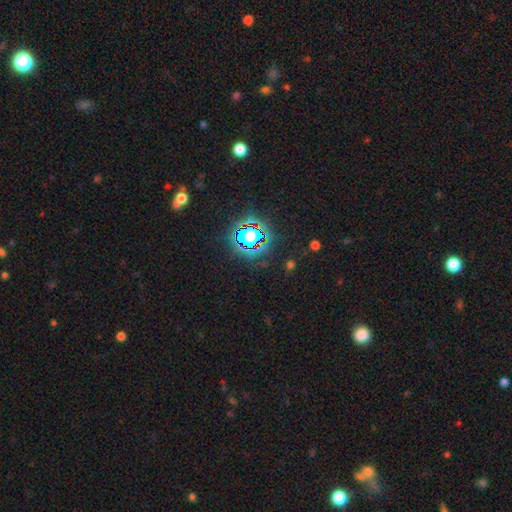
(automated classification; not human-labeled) The model was most divided on "smooth or featured": star or artifact: 81%, smooth: 12%, featured or disk: 8%.